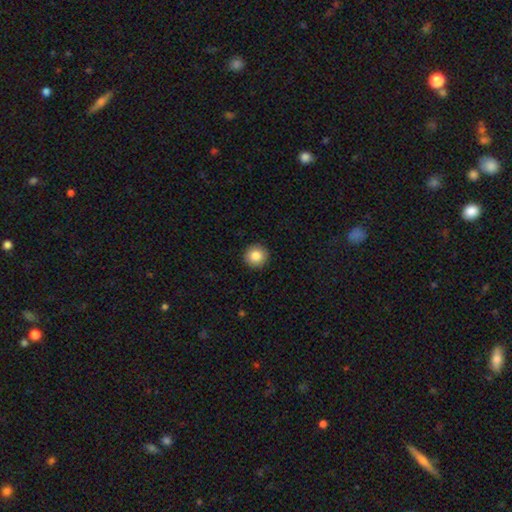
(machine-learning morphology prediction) Q: Smooth or featured?
A: smooth (84%); runner-up: star or artifact (9%)
Q: How rounded?
A: round (96%); runner-up: in between (3%)
Q: Merging?
A: none (93%); runner-up: minor disturbance (4%)